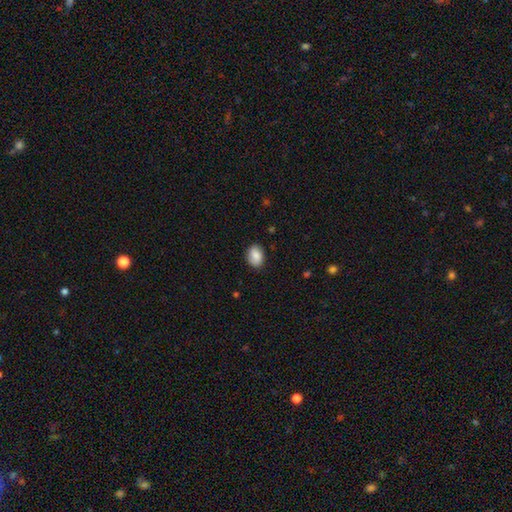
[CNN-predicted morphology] type=smooth (84%); roundness=in between (73%); merging=none (82%).